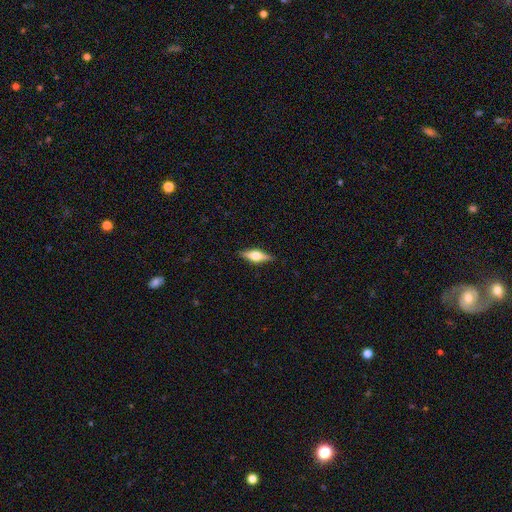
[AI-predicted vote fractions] featured or disk 56%, smooth 37%, star or artifact 7%. Down the decision tree: edge-on disk — yes (95%); edge-on bulge — rounded (91%); merging — none (88%).